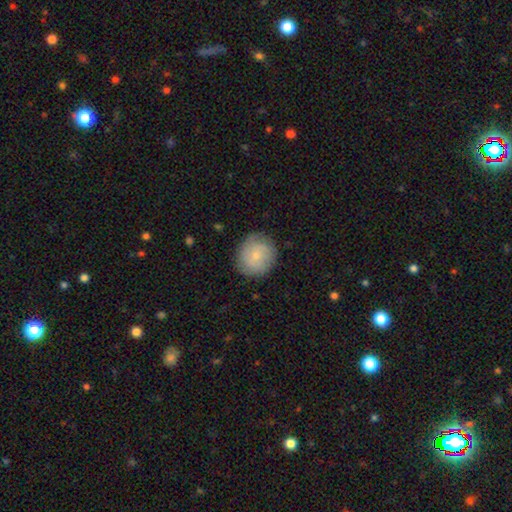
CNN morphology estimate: smooth 68%, featured or disk 26%, star or artifact 7%. Down the decision tree: how rounded — round (87%); merging — none (81%).